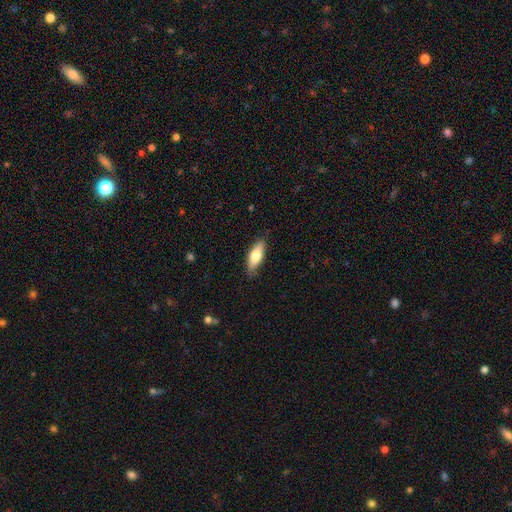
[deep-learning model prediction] A smooth galaxy with no disk features (69%) that is in between round and cigar-shaped (68%).

Vote fractions:
- Smooth or featured? smooth: 69% / featured or disk: 25% / star or artifact: 6%
- How rounded? in between: 68% / cigar-shaped: 30% / round: 2%
- Merging? none: 83% / minor disturbance: 14% / major disturbance: 2% / merger: 1%